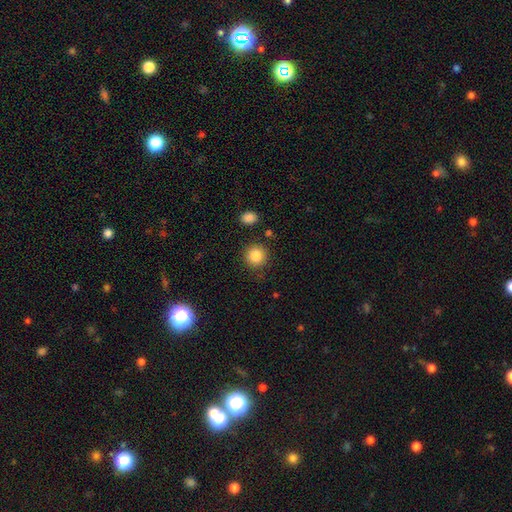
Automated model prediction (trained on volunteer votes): A smooth galaxy with no disk features (86%) that is round (93%). Merging: none (87%).